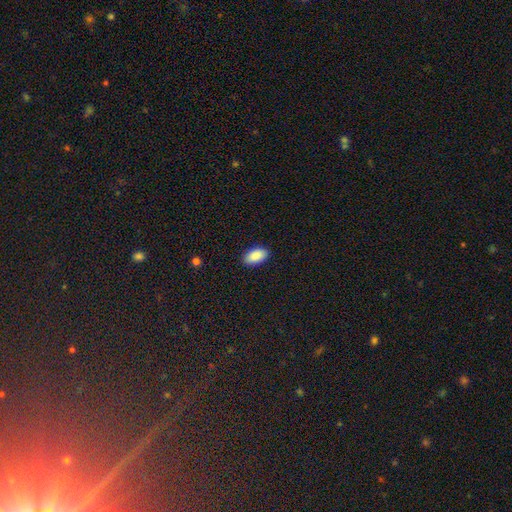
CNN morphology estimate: smooth-or-featured: smooth: 90% | star or artifact: 6% | featured or disk: 4%
  how-rounded: in between: 95% | round: 3% | cigar-shaped: 2%
  merging: none: 89% | minor disturbance: 8% | major disturbance: 2% | merger: 1%